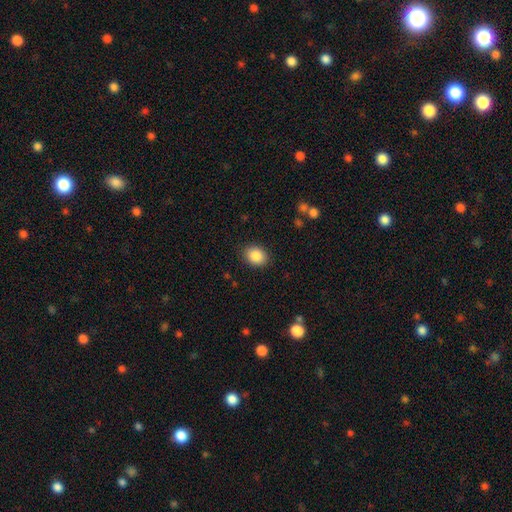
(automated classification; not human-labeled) This appears to be a smooth galaxy with no disk features (88%) that is in between round and cigar-shaped (56%). Merging: none (88%).